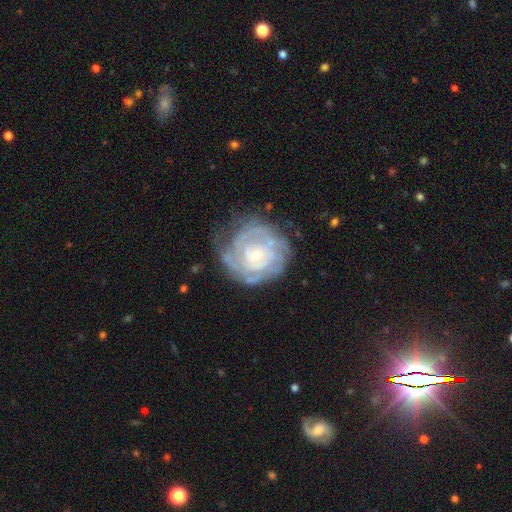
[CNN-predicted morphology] featured or disk 83%, smooth 11%, star or artifact 6%. Down the decision tree: edge-on disk — no (97%); bar — no (72%); spiral arms — yes (91%); spiral arm count — can't tell (43%); spiral winding — tight (76%); bulge size — small (72%); merging — none (66%).